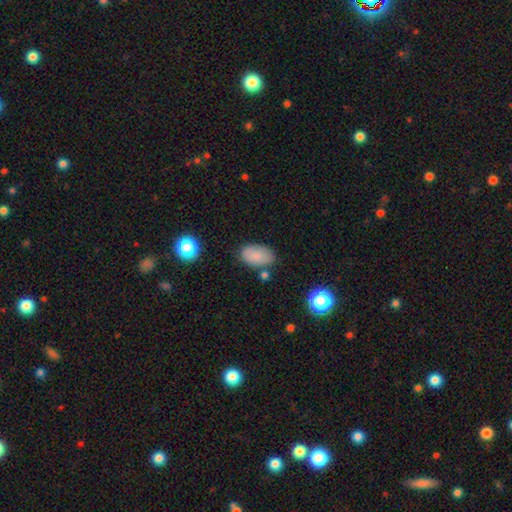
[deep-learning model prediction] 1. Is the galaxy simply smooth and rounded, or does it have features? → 84% smooth, 8% star or artifact, 7% featured or disk.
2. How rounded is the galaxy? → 92% in between, 6% round, 2% cigar-shaped.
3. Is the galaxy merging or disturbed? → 73% none, 17% minor disturbance, 6% merger, 4% major disturbance.